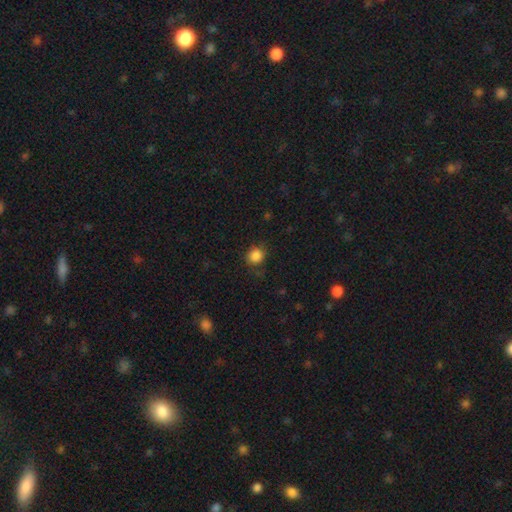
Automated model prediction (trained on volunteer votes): Overall: smooth (86%). How rounded: round (84%). Merging: none (79%).